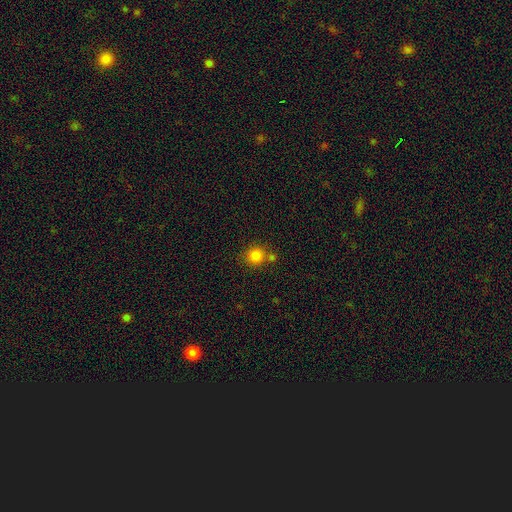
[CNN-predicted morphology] A smooth galaxy with no disk features (83%) that is round (90%).

Vote fractions:
- Smooth or featured? smooth: 83% / star or artifact: 12% / featured or disk: 5%
- How rounded? round: 90% / in between: 9% / cigar-shaped: 1%
- Merging? none: 69% / merger: 19% / minor disturbance: 9% / major disturbance: 3%